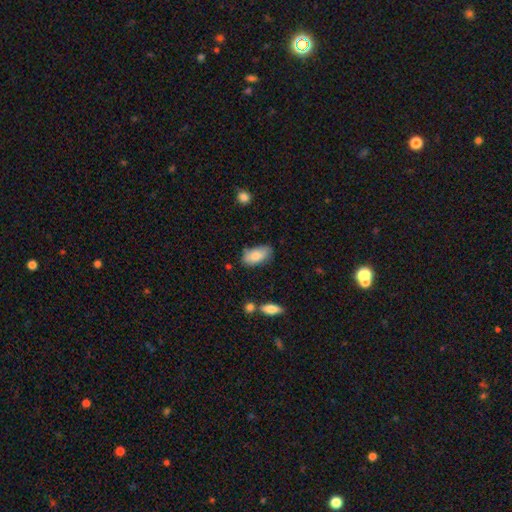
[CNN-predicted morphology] smooth_or_featured: smooth (p=0.84) [alt: featured or disk p=0.10]
how_rounded: in between (p=0.93) [alt: cigar-shaped p=0.04]
merging: none (p=0.72) [alt: minor disturbance p=0.21]